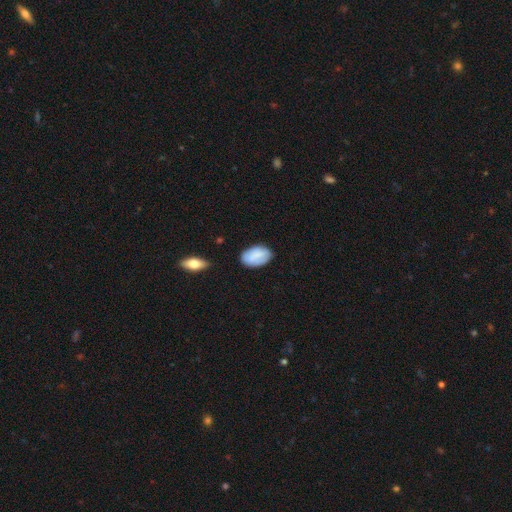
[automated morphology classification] smooth_or_featured: smooth (p=0.77) [alt: featured or disk p=0.16]
how_rounded: in between (p=0.92) [alt: round p=0.07]
merging: none (p=0.77) [alt: minor disturbance p=0.18]